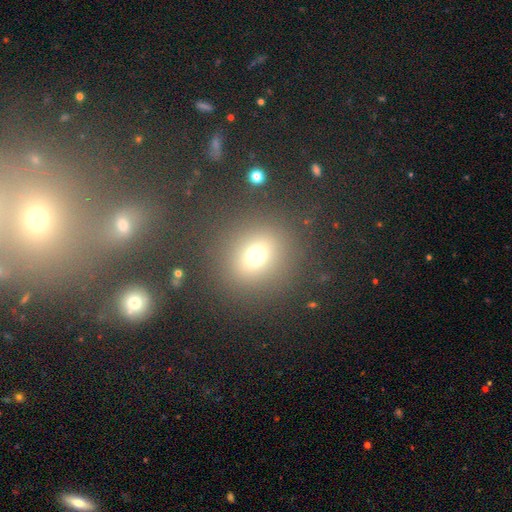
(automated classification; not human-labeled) Morphology: type=smooth (69%); roundness=round (78%); merging=none (83%).